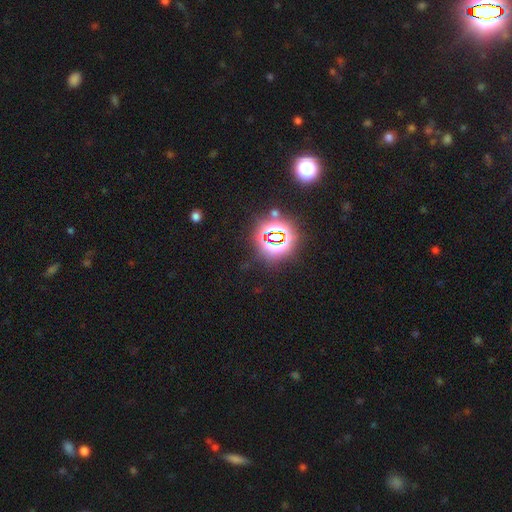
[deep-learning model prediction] The model was most divided on "smooth or featured": star or artifact: 83%, smooth: 11%, featured or disk: 6%.